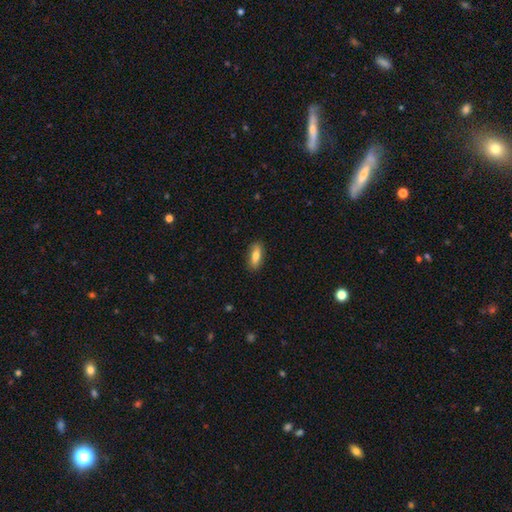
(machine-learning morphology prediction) smooth 78%, featured or disk 15%, star or artifact 7%. Down the decision tree: how rounded — in between (70%); merging — none (86%).